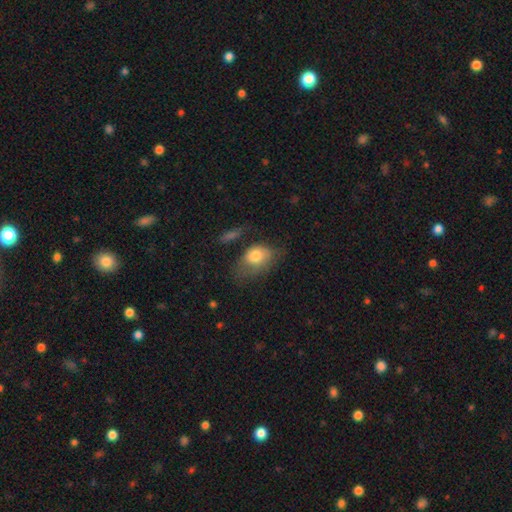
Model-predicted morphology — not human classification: Q: Smooth or featured?
A: smooth (74%); runner-up: featured or disk (18%)
Q: How rounded?
A: in between (73%); runner-up: round (25%)
Q: Merging?
A: none (36%); runner-up: minor disturbance (32%)